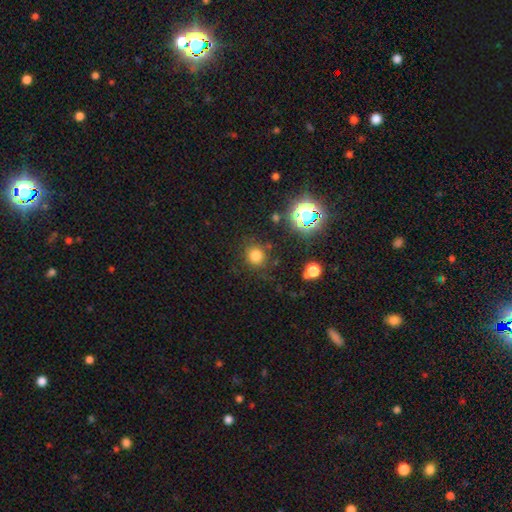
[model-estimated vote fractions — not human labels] Smooth or featured: smooth — 74% (star or artifact — 20%)
How rounded: round — 89% (in between — 10%)
Merging: none — 82% (minor disturbance — 11%)